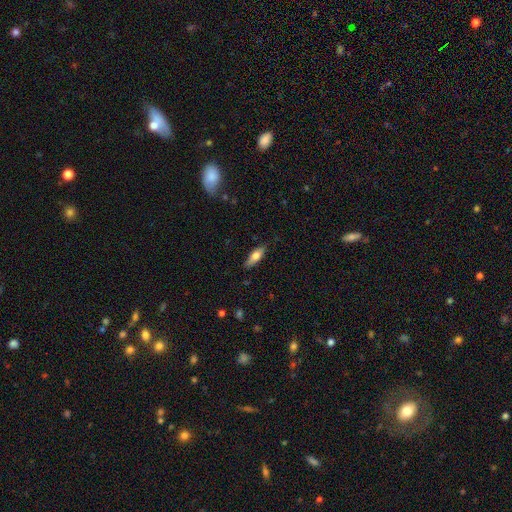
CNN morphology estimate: A smooth galaxy with no disk features (62%) that is in between round and cigar-shaped (56%).

Vote fractions:
- Smooth or featured? smooth: 62% / featured or disk: 32% / star or artifact: 6%
- How rounded? in between: 56% / cigar-shaped: 41% / round: 2%
- Merging? none: 83% / minor disturbance: 13% / major disturbance: 3% / merger: 1%